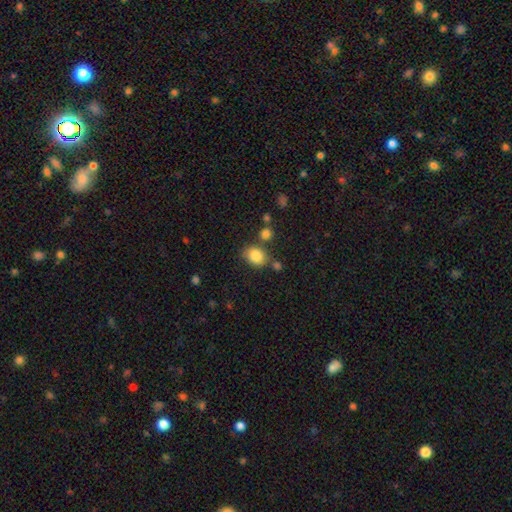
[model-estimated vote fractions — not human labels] A smooth galaxy with no disk features (84%) that is round (54%).

Vote fractions:
- Smooth or featured? smooth: 84% / star or artifact: 10% / featured or disk: 7%
- How rounded? round: 54% / in between: 45% / cigar-shaped: 1%
- Merging? none: 69% / minor disturbance: 15% / merger: 11% / major disturbance: 5%